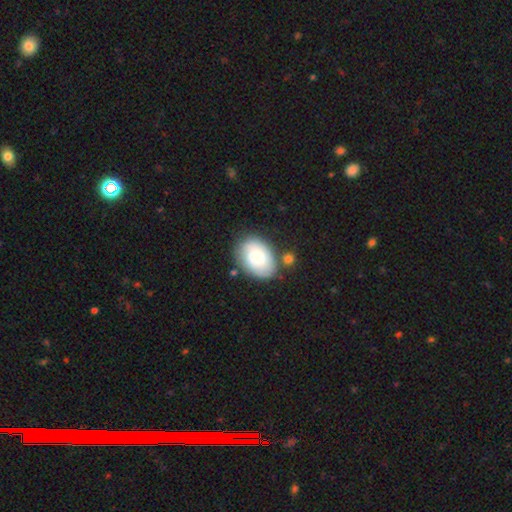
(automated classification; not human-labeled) Q: Smooth or featured?
A: smooth (65%); runner-up: featured or disk (28%)
Q: How rounded?
A: in between (81%); runner-up: round (18%)
Q: Merging?
A: none (67%); runner-up: minor disturbance (18%)